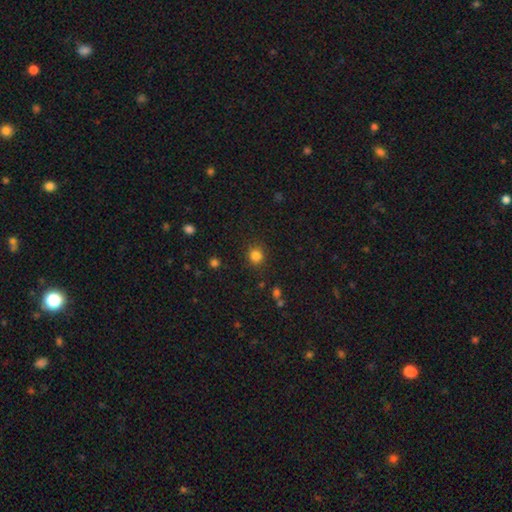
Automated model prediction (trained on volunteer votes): This appears to be a smooth galaxy with no disk features (83%) that is round (88%). Merging: none (87%).